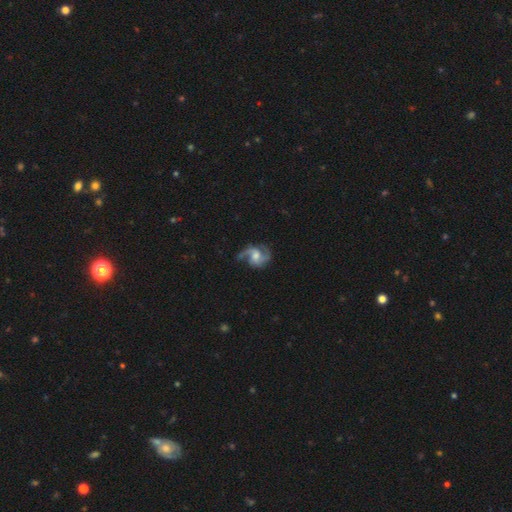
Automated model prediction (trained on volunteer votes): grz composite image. It shows a featured or disk galaxy (85%) with no bar (49%), 2 (75%) medium (49%) spiral arms (96%) and a moderate central bulge (55%). Merging: none (64%).